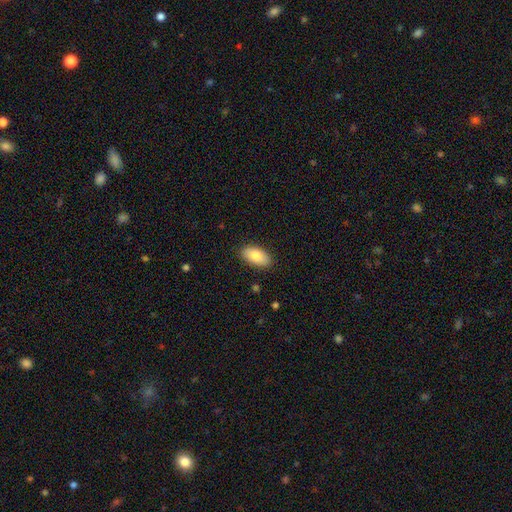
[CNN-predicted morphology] Overall: smooth (83%). How rounded: in between (93%). Merging: none (88%).